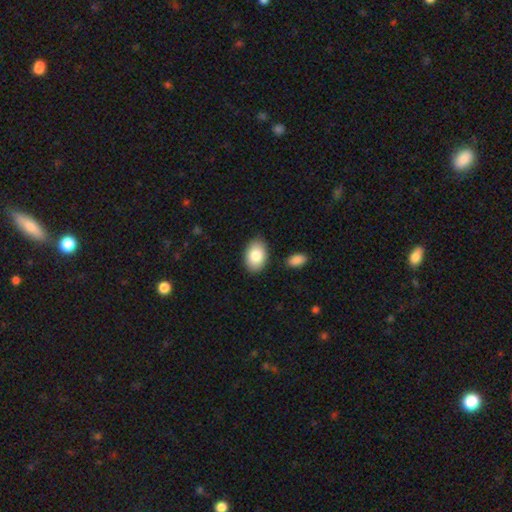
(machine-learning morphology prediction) Smooth or featured? Predicted: smooth (p=0.84). How rounded? Predicted: in between (p=0.88). Merging? Predicted: none (p=0.85).